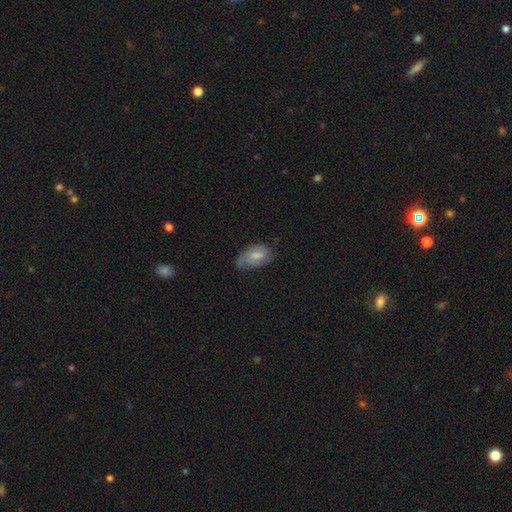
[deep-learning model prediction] smooth 58%, featured or disk 35%, star or artifact 7%. Down the decision tree: how rounded — in between (91%); merging — none (47%).